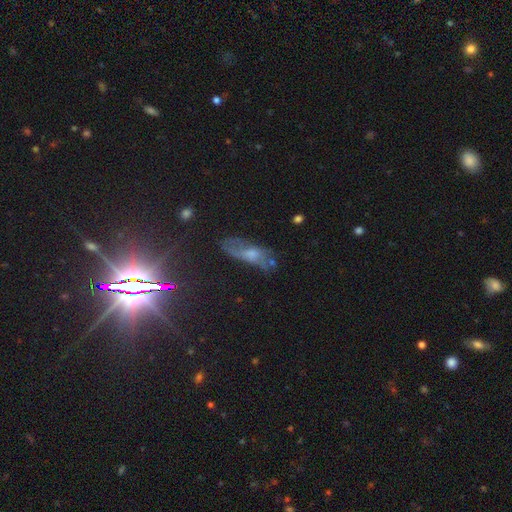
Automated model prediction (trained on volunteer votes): Smooth or featured? Predicted: smooth (p=0.42, tied with featured or disk). Merging? Predicted: none (p=0.42).